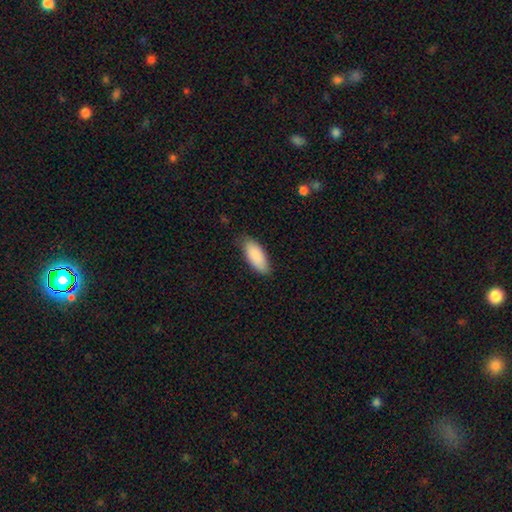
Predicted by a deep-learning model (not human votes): This is clearly a smooth galaxy (89%). How rounded: clearly in between (83%). Merging: likely none (79%).